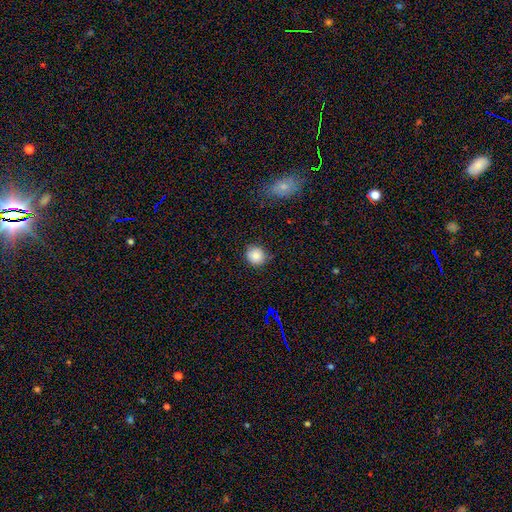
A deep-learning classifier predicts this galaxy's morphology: A smooth galaxy with no disk features (84%) that is round (83%). Merging: none (78%).